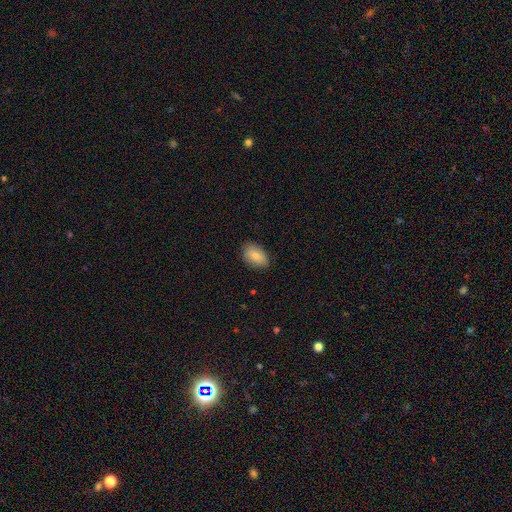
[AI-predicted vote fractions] smooth_or_featured: smooth (p=0.80) [alt: featured or disk p=0.13]
how_rounded: in between (p=0.89) [alt: round p=0.10]
merging: none (p=0.84) [alt: minor disturbance p=0.12]